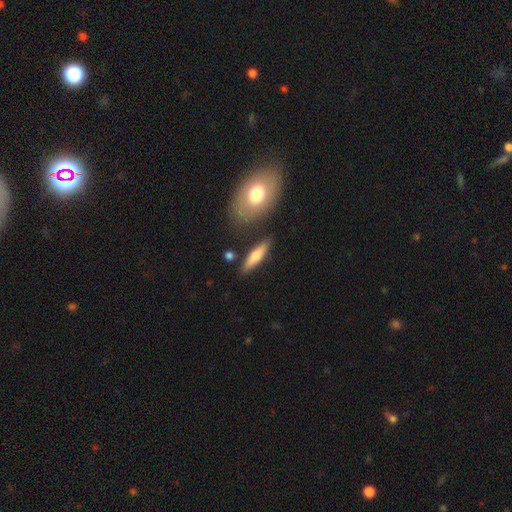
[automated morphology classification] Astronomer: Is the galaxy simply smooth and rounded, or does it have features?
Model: smooth — 63%.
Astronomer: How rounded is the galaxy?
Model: cigar-shaped — 66%.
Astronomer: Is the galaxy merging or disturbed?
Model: none — 81%.